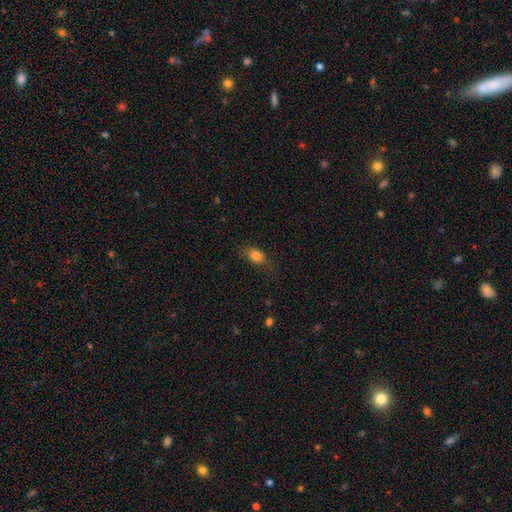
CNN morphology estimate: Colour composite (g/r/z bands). It shows a smooth galaxy with no disk features (83%) that is in between round and cigar-shaped (79%). Merging: none (60%).